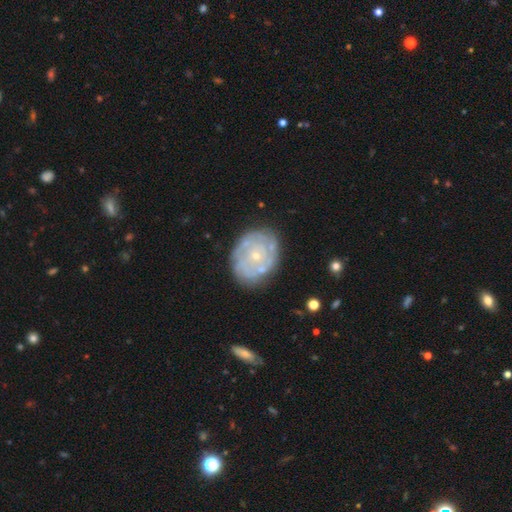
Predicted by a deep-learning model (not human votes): Morphology: type=featured or disk (76%); edge-on=no (97%); bar=no (85%); spiral arms=yes (76%); winding=tight (74%); arm count=can't tell (51%); bulge=small (76%); merging=none (74%).